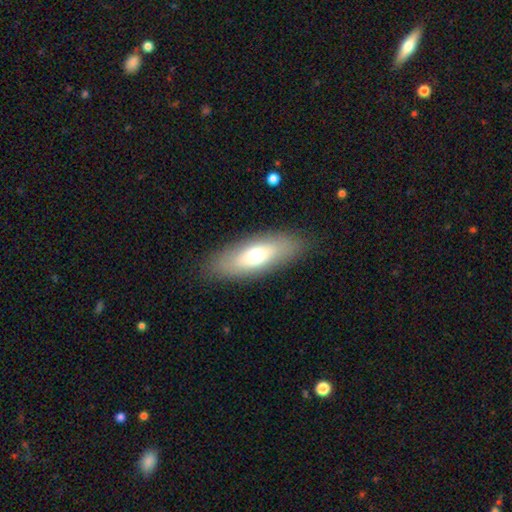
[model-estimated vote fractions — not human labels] A smooth galaxy with no disk features (61%) that is in between round and cigar-shaped (73%). Merging: none (86%).